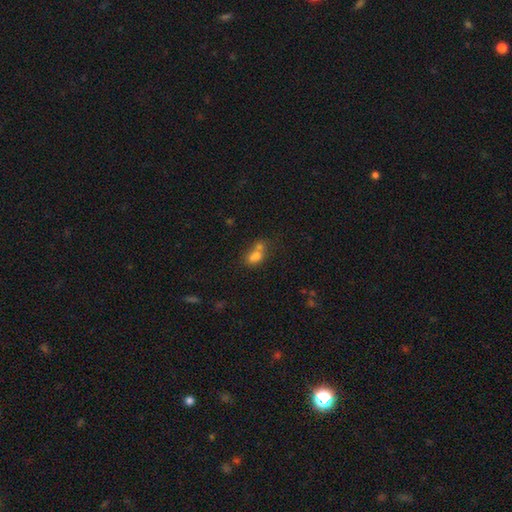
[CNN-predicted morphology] Smooth or featured? Predicted: smooth (p=0.72). How rounded? Predicted: in between (p=0.61). Merging? Predicted: merger (p=0.59).